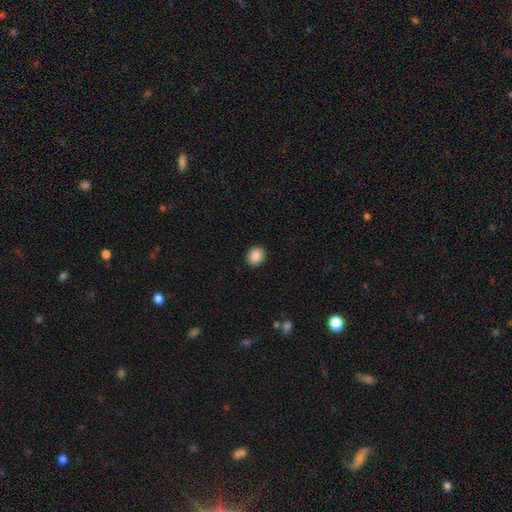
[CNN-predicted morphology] Smooth or featured? Predicted: smooth (p=0.88). How rounded? Predicted: round (p=0.65). Merging? Predicted: none (p=0.91).